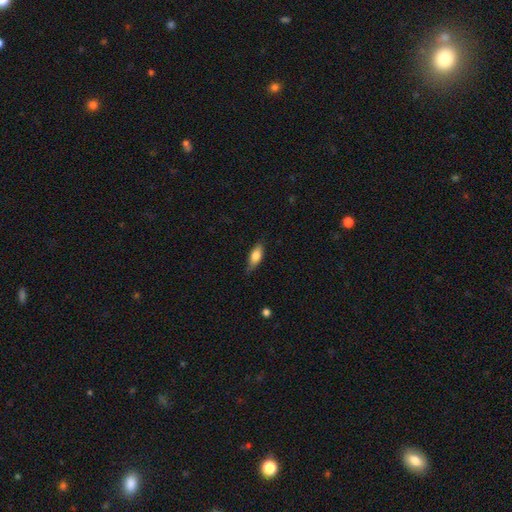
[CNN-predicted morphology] Smooth or featured? Predicted: smooth (p=0.75). How rounded? Predicted: in between (p=0.72). Merging? Predicted: none (p=0.72).